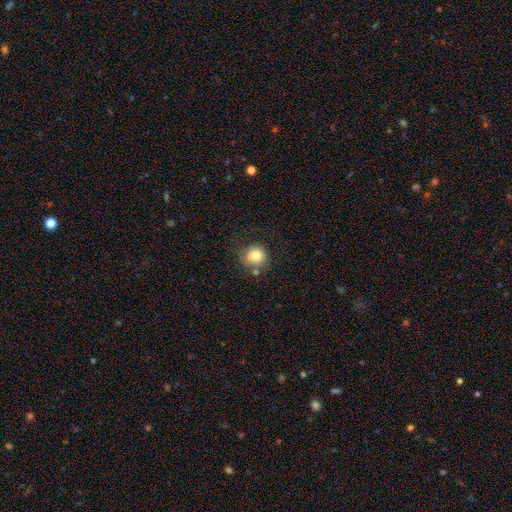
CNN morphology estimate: Overall: smooth (81%). How rounded: round (89%). Merging: none (68%).